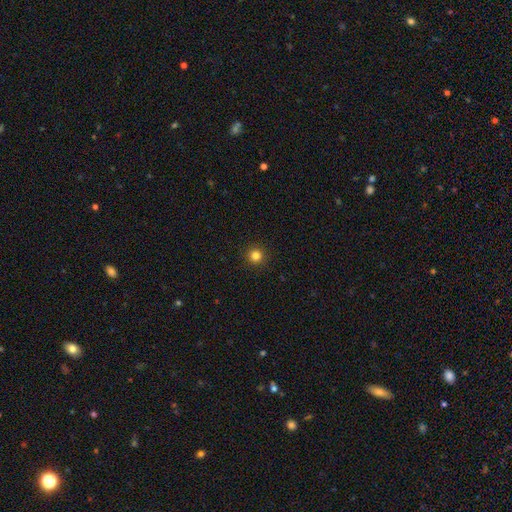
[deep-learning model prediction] smooth 82%, star or artifact 13%, featured or disk 5%. Down the decision tree: how rounded — round (96%); merging — none (93%).